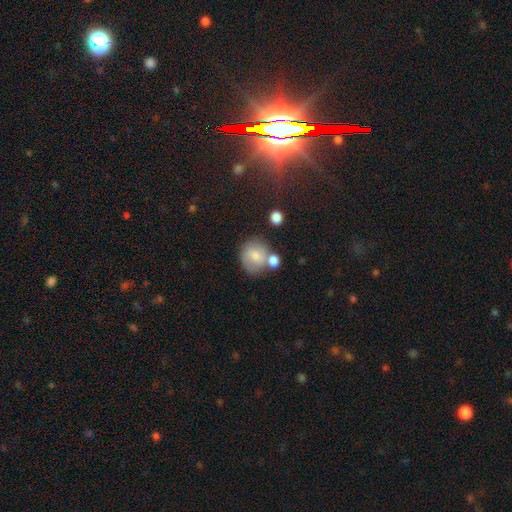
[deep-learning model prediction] Smooth or featured?
  - smooth: 66% *
  - featured or disk: 25%
  - star or artifact: 9%
How rounded?
  - round: 76% *
  - in between: 23%
  - cigar-shaped: 1%
Merging?
  - none: 50% *
  - merger: 27%
  - minor disturbance: 17%
  - major disturbance: 7%